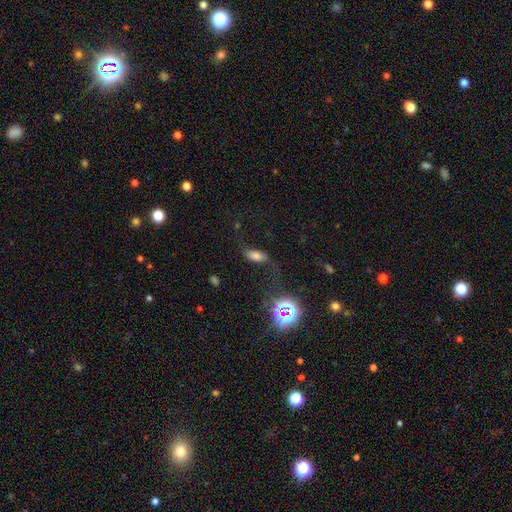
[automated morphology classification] Q: Smooth or featured?
A: smooth (55%); runner-up: featured or disk (25%)
Q: How rounded?
A: in between (84%); runner-up: cigar-shaped (11%)
Q: Merging?
A: none (56%); runner-up: minor disturbance (21%)